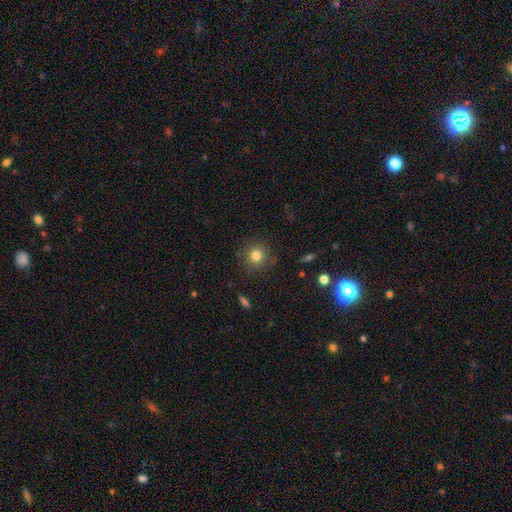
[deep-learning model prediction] This is likely a smooth galaxy (80%). How rounded: clearly round (93%). Merging: clearly none (86%).